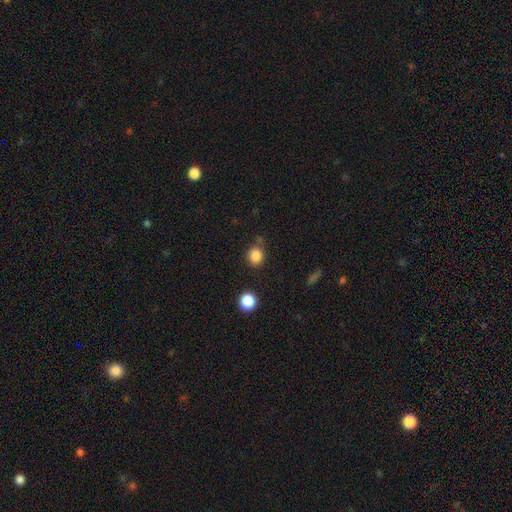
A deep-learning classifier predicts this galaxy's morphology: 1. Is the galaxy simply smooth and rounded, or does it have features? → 85% smooth, 11% star or artifact, 4% featured or disk.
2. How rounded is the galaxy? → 80% round, 19% in between, 1% cigar-shaped.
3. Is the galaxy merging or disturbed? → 76% none, 13% minor disturbance, 7% merger, 4% major disturbance.